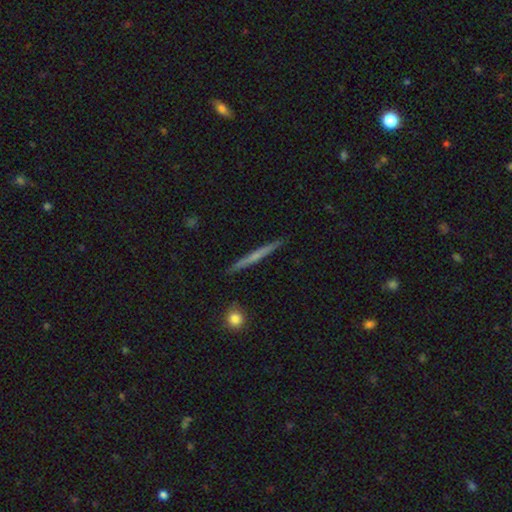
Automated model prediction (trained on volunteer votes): smooth-or-featured: featured or disk: 50% | smooth: 44% | star or artifact: 6%
  merging: none: 91% | minor disturbance: 6% | major disturbance: 1% | merger: 1%